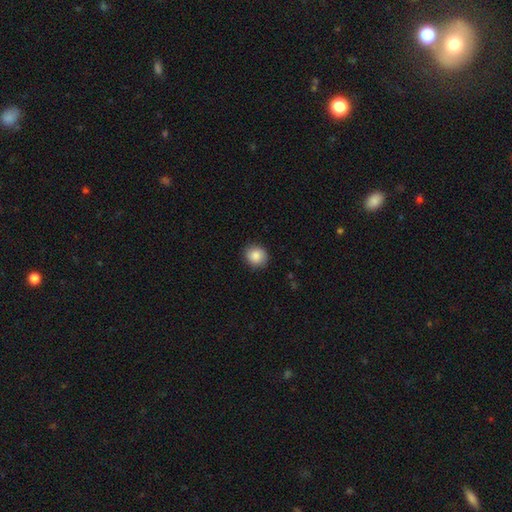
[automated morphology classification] type=smooth (87%); roundness=round (80%); merging=none (87%).